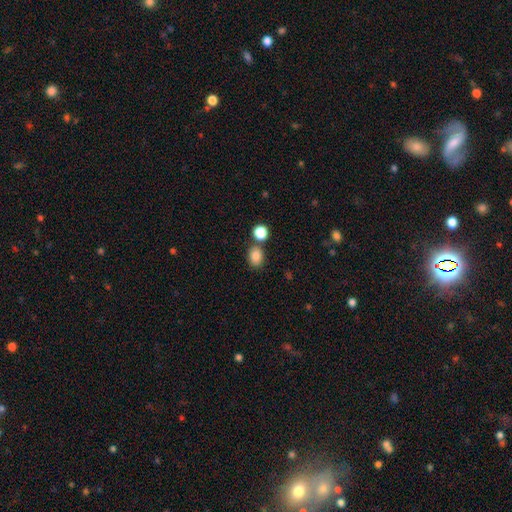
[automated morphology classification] Q: Smooth or featured?
A: smooth (84%); runner-up: star or artifact (10%)
Q: How rounded?
A: in between (55%); runner-up: round (44%)
Q: Merging?
A: none (73%); runner-up: merger (14%)